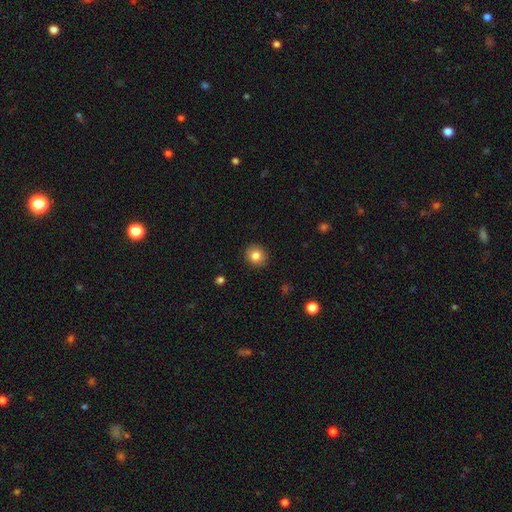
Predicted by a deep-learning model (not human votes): Q: Smooth or featured?
A: smooth (83%); runner-up: star or artifact (10%)
Q: How rounded?
A: round (84%); runner-up: in between (15%)
Q: Merging?
A: none (91%); runner-up: minor disturbance (6%)